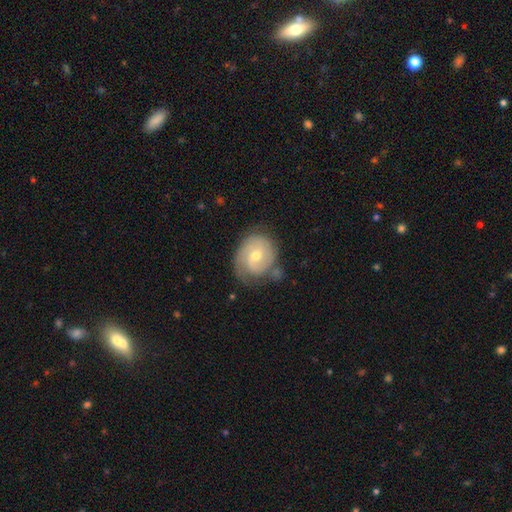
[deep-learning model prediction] This appears to be a featured or disk galaxy (72%) with no bar (53%), 2 (54%) tight (57%) spiral arms (89%) and a moderate central bulge (58%). Merging: none (64%).